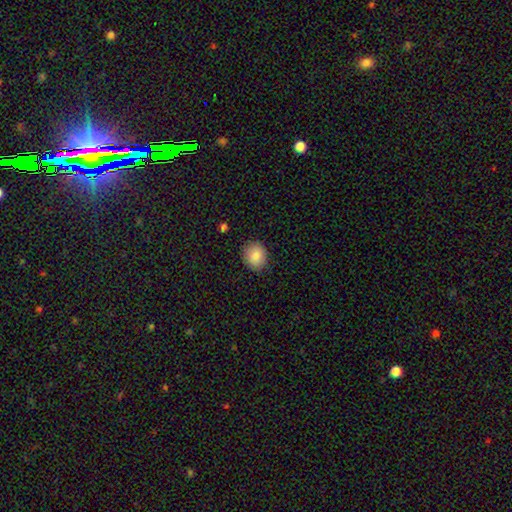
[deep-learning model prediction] smooth-or-featured: smooth: 85% | star or artifact: 8% | featured or disk: 7%
  how-rounded: round: 65% | in between: 34% | cigar-shaped: 1%
  merging: none: 87% | minor disturbance: 10% | major disturbance: 2% | merger: 1%